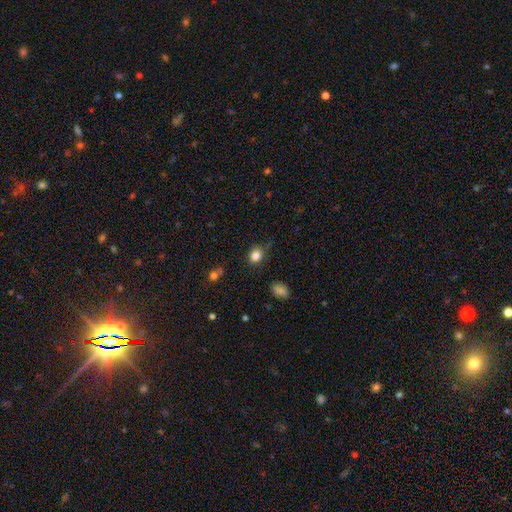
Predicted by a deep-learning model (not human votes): smooth-or-featured: smooth: 84% | star or artifact: 11% | featured or disk: 5%
  how-rounded: round: 66% | in between: 33% | cigar-shaped: 1%
  merging: none: 71% | minor disturbance: 22% | major disturbance: 6% | merger: 2%